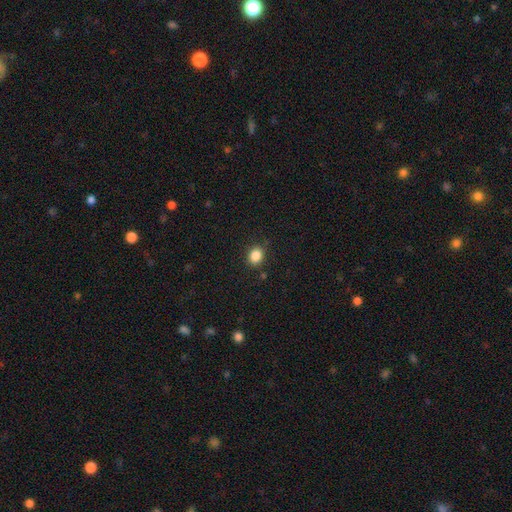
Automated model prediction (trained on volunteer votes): Smooth or featured?
  - smooth: 86% *
  - star or artifact: 10%
  - featured or disk: 4%
How rounded?
  - round: 51% *
  - in between: 48%
  - cigar-shaped: 1%
Merging?
  - none: 85% *
  - minor disturbance: 10%
  - major disturbance: 3%
  - merger: 2%